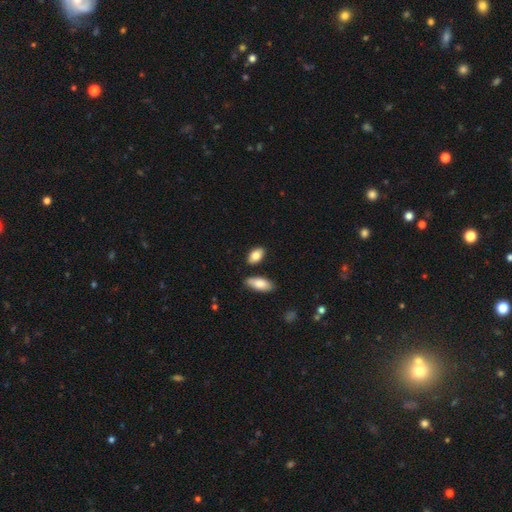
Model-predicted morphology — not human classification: smooth_or_featured: smooth (p=0.85) [alt: featured or disk p=0.09]
how_rounded: in between (p=0.92) [alt: round p=0.05]
merging: none (p=0.80) [alt: minor disturbance p=0.11]